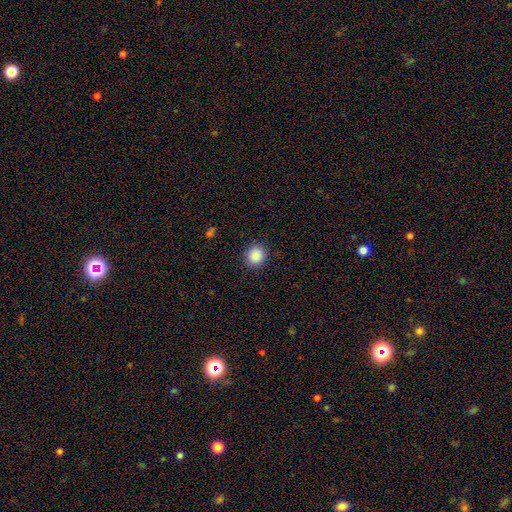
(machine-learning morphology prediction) smooth_or_featured: smooth (p=0.88) [alt: star or artifact p=0.09]
how_rounded: round (p=0.81) [alt: in between p=0.19]
merging: none (p=0.90) [alt: minor disturbance p=0.07]